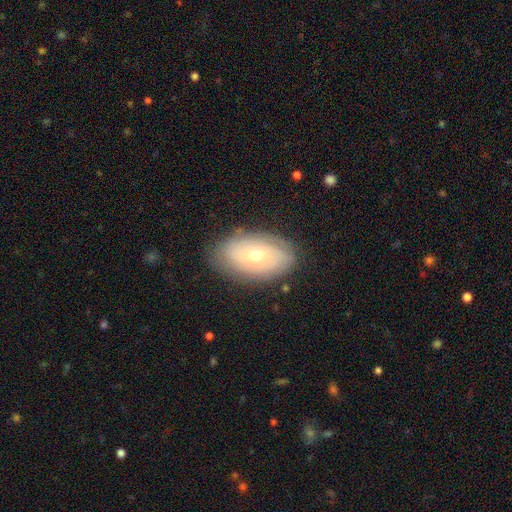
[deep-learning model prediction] This is possibly a featured or disk galaxy (51%). It is clearly not viewed edge-on (90%). Merging: clearly none (80%).